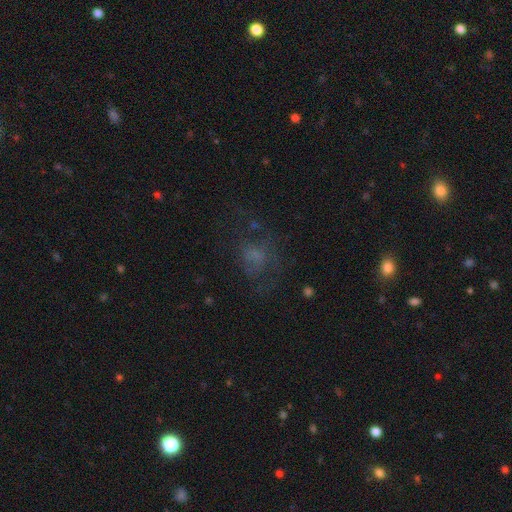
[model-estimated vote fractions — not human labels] This appears to be a smooth galaxy with no disk features (44%). Merging: none (45%).